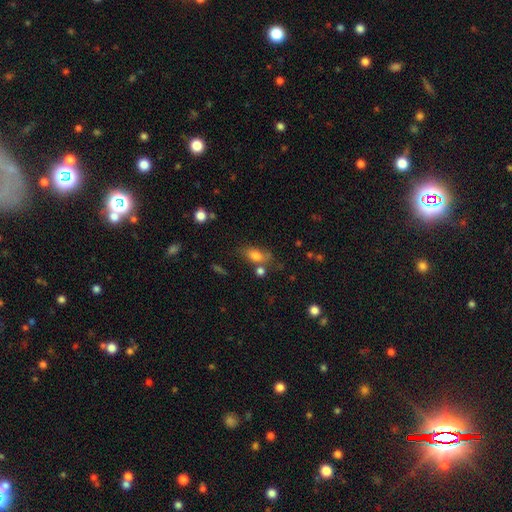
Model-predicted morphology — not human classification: Q: Smooth or featured?
A: smooth (78%); runner-up: featured or disk (12%)
Q: How rounded?
A: in between (84%); runner-up: round (10%)
Q: Merging?
A: none (59%); runner-up: minor disturbance (19%)